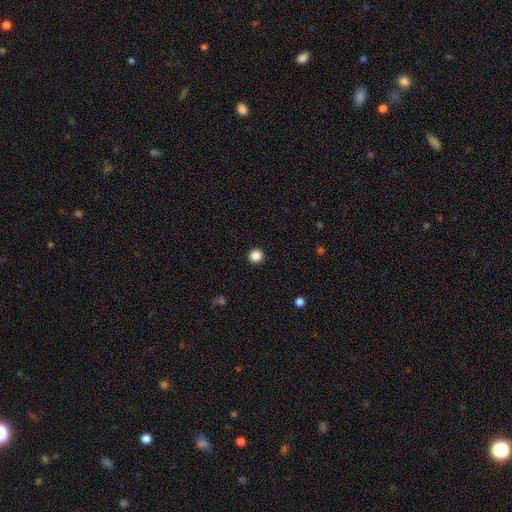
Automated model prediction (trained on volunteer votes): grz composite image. It shows a smooth galaxy with no disk features (87%) that is round (96%). Merging: none (94%).